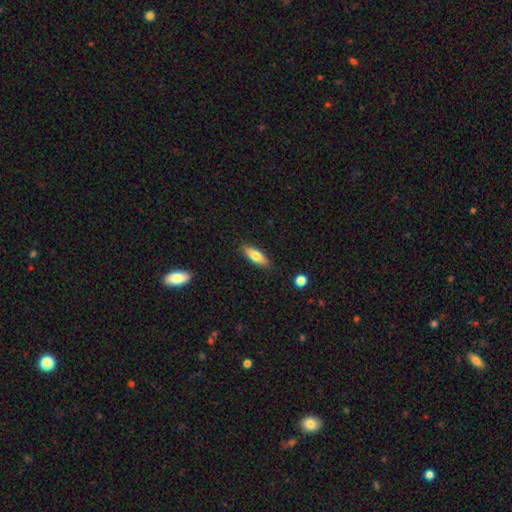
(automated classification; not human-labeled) Smooth or featured? smooth (68%)
How rounded? in between (52%)
Merging? none (88%)